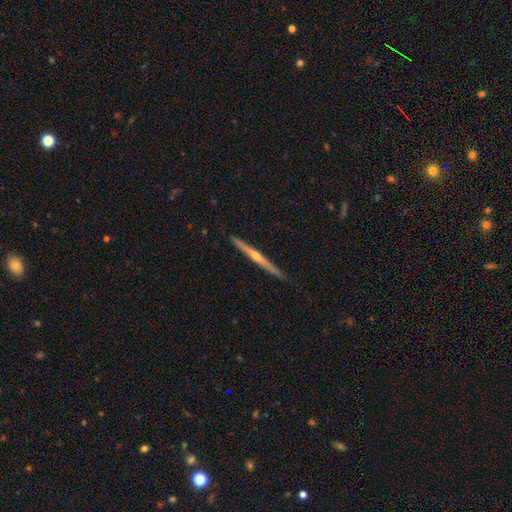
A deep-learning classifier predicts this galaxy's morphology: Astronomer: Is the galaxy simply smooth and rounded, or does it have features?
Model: featured or disk — 77%.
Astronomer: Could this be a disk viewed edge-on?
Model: yes — 98%.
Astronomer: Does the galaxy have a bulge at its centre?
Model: rounded — 80%.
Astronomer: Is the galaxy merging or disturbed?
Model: none — 89%.